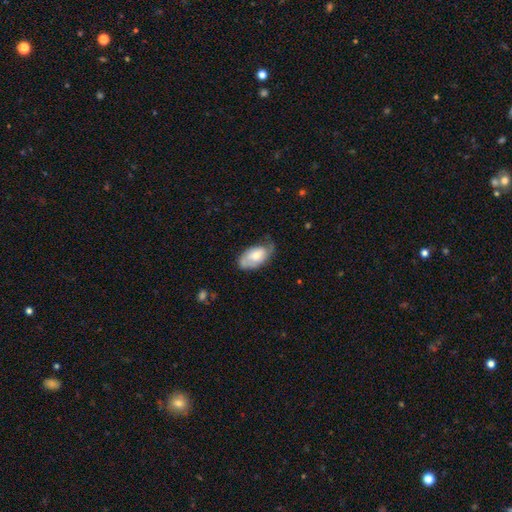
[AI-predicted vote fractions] Morphology: type=smooth (52%); roundness=in between (94%); merging=none (50%).